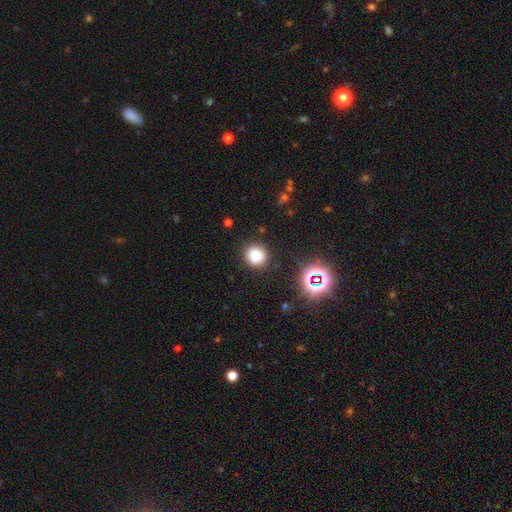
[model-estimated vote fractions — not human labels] This is likely a smooth galaxy (78%). How rounded: clearly round (89%). Merging: clearly none (85%).